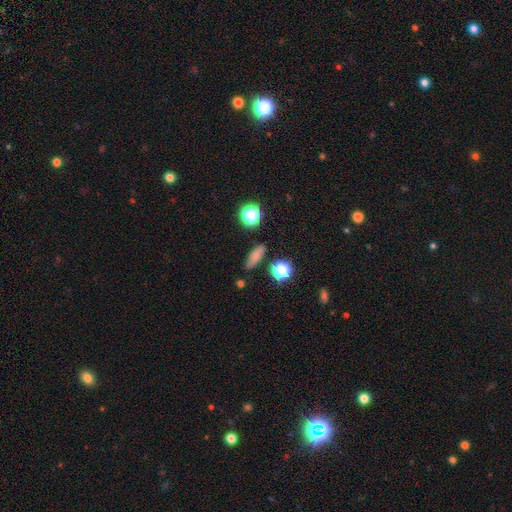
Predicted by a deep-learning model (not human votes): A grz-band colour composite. It shows a smooth galaxy with no disk features (74%) that is in between round and cigar-shaped (48%). Merging: none (82%).